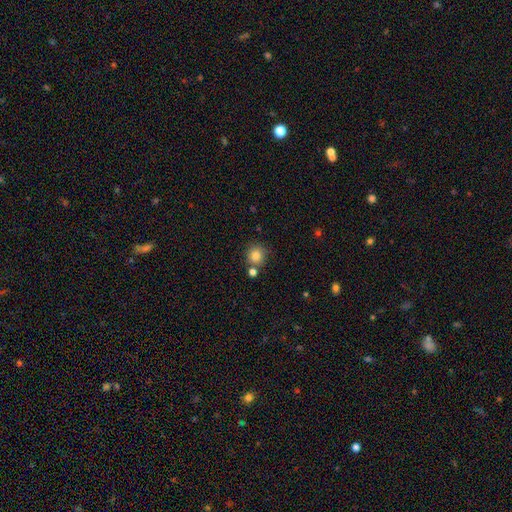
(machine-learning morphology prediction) The model was most divided on "merging": none: 73%, merger: 14%, minor disturbance: 10%, major disturbance: 3%. More confident: how rounded — round (90%); smooth or featured — smooth (82%).